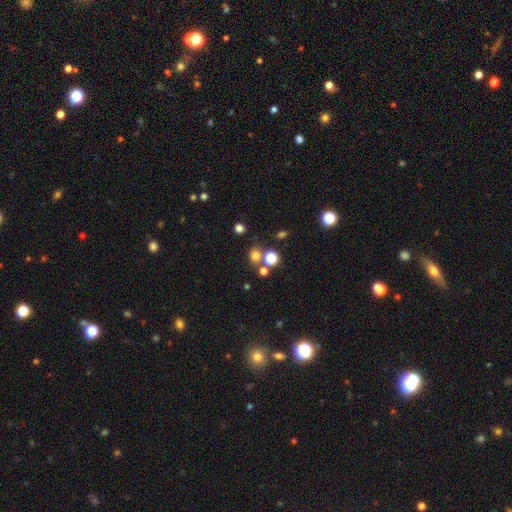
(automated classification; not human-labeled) smooth-or-featured: smooth: 73% | star or artifact: 20% | featured or disk: 7%
  how-rounded: round: 73% | in between: 26% | cigar-shaped: 1%
  merging: none: 64% | merger: 22% | minor disturbance: 9% | major disturbance: 4%